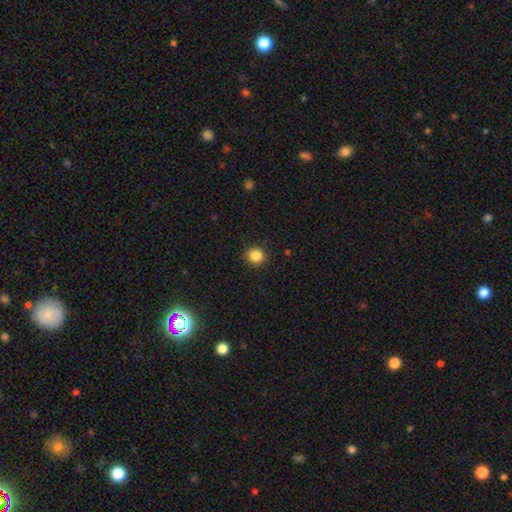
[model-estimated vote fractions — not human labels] This appears to be a smooth galaxy with no disk features (86%) that is round (90%). Merging: none (91%).